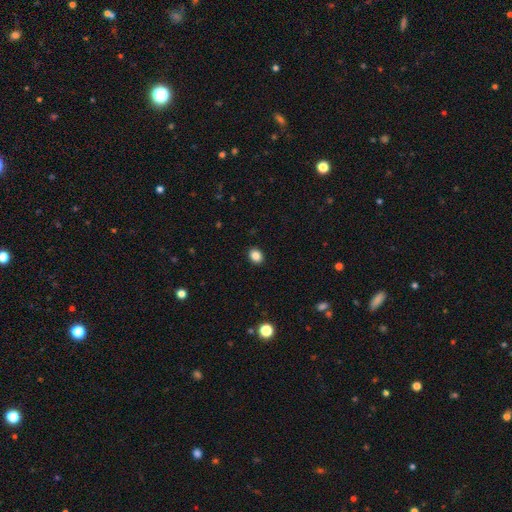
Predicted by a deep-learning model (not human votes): This is clearly a smooth galaxy (86%). How rounded: possibly round (52%). Merging: clearly none (91%).